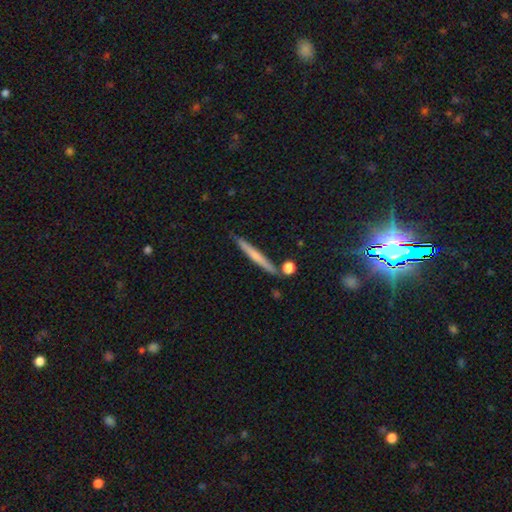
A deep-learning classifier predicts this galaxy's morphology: smooth 53%, featured or disk 40%, star or artifact 7%. Down the decision tree: how rounded — cigar-shaped (96%); merging — none (83%).